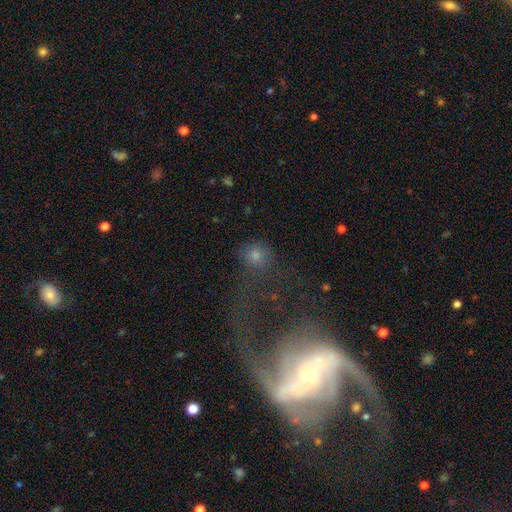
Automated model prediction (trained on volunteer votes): A smooth galaxy with no disk features (52%) that is round (85%). Merging: none (63%).